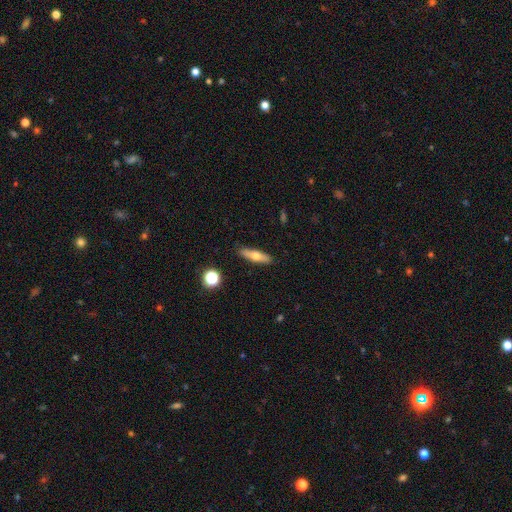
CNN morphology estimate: Smooth or featured?
  - smooth: 56% *
  - featured or disk: 37%
  - star or artifact: 8%
How rounded?
  - cigar-shaped: 68% *
  - in between: 28%
  - round: 3%
Merging?
  - none: 89% *
  - minor disturbance: 8%
  - major disturbance: 2%
  - merger: 1%